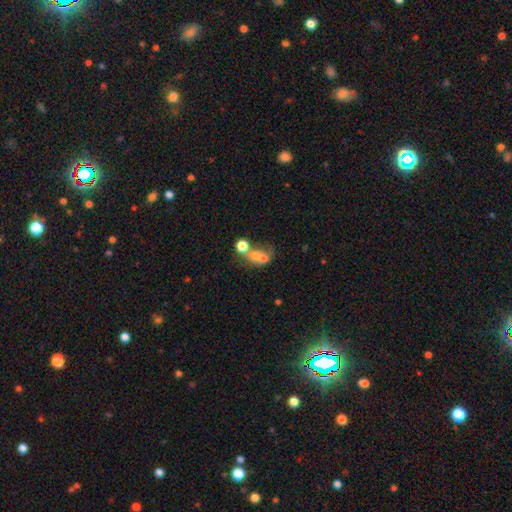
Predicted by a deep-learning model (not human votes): smooth_or_featured: smooth (p=0.59) [alt: featured or disk p=0.26]
how_rounded: round (p=0.62) [alt: in between p=0.37]
merging: merger (p=0.60) [alt: none p=0.24]